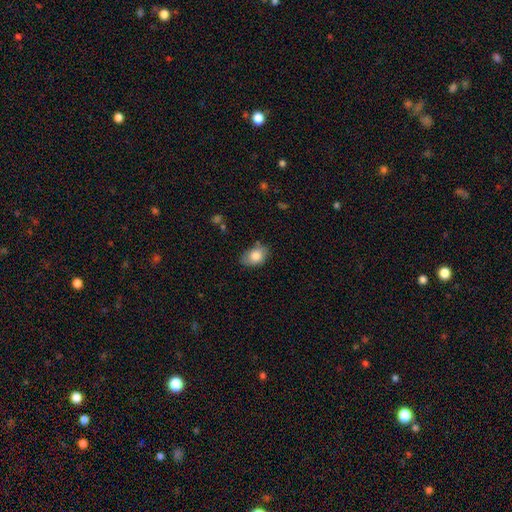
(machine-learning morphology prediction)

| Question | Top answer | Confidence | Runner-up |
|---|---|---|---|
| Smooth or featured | smooth | 82% | featured or disk (10%) |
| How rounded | in between | 83% | round (16%) |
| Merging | none | 73% | minor disturbance (21%) |